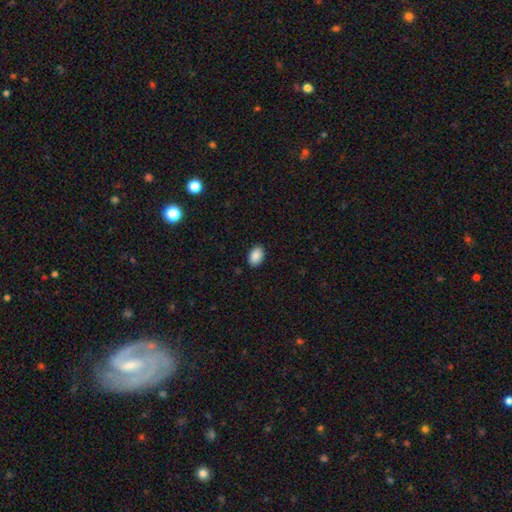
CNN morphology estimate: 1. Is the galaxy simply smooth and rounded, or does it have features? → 90% smooth, 7% star or artifact, 3% featured or disk.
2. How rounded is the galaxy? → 87% in between, 12% round, 1% cigar-shaped.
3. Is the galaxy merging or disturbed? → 89% none, 8% minor disturbance, 2% major disturbance, 1% merger.